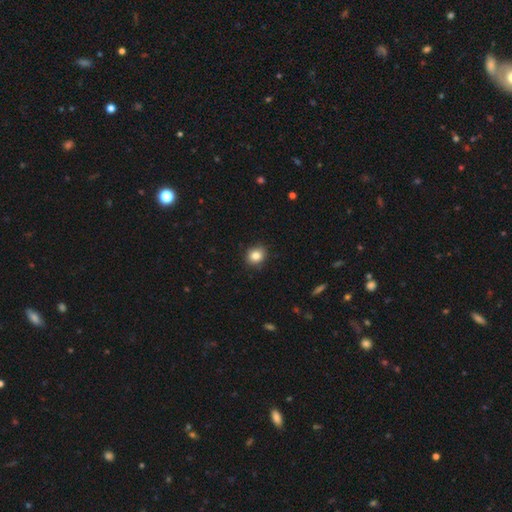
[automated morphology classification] Smooth or featured? smooth (84%)
How rounded? round (75%)
Merging? none (87%)